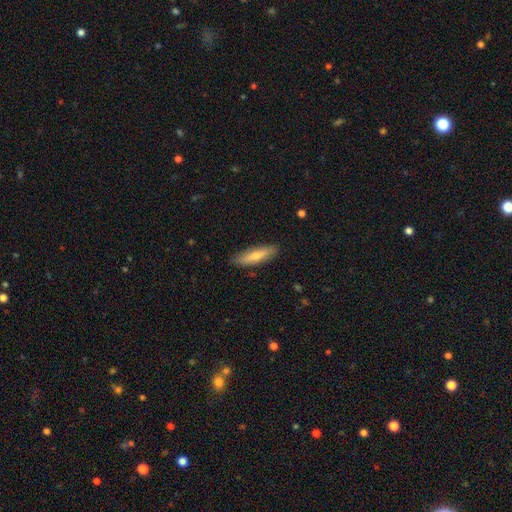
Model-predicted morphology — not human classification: Smooth or featured? smooth (59%)
How rounded? cigar-shaped (74%)
Merging? none (88%)